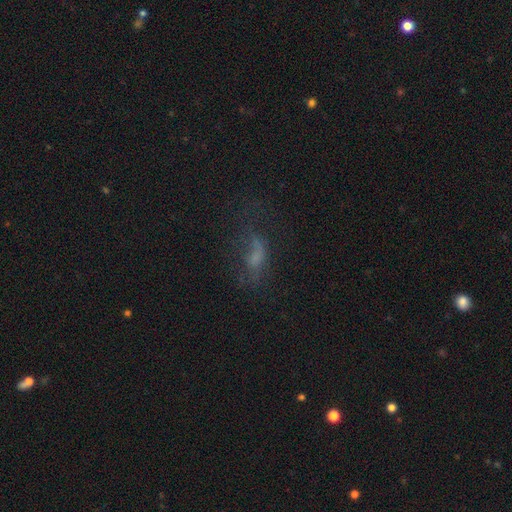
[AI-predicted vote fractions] A smooth galaxy with no disk features (43%).

Vote fractions:
- Smooth or featured? smooth: 43% / featured or disk: 34% / star or artifact: 23%
- Merging? none: 40% / major disturbance: 35% / minor disturbance: 21% / merger: 4%